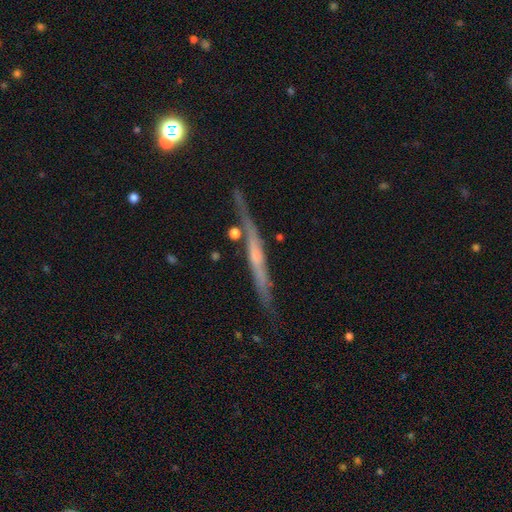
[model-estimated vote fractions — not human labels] A featured or disk galaxy (69%) viewed edge-on (93%) with no central bulge (60%). Merging: none (73%).